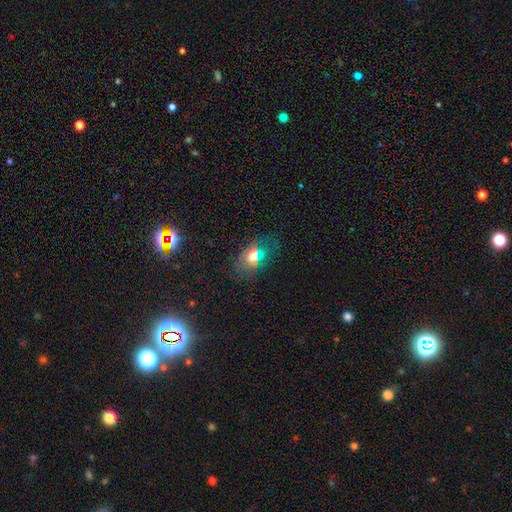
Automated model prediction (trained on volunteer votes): Smooth or featured? smooth (60%)
How rounded? in between (82%)
Merging? none (71%)